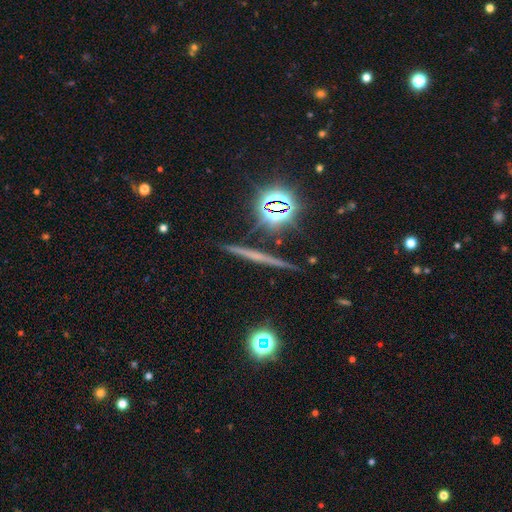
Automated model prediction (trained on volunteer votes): Smooth or featured? Predicted: featured or disk (p=0.49). Merging? Predicted: none (p=0.89).